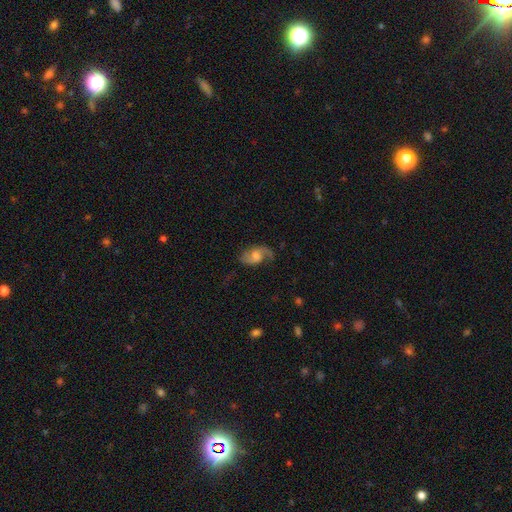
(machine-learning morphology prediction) This is likely a featured or disk galaxy (77%). It is clearly not viewed edge-on (97%). Bar: possibly no (50%). Spiral arm pattern: clearly yes (94%). Spiral arm count: clearly 2 (84%). Spiral winding: possibly medium (46%). Central bulge: marginally moderate (41%). Merging: likely none (70%).